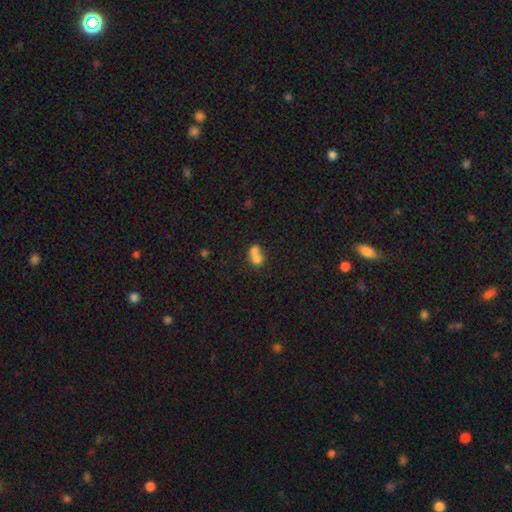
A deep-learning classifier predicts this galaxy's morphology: Smooth or featured?
  - smooth: 70% *
  - featured or disk: 19%
  - star or artifact: 11%
How rounded?
  - round: 57% *
  - in between: 41%
  - cigar-shaped: 1%
Merging?
  - merger: 71% *
  - none: 21%
  - minor disturbance: 6%
  - major disturbance: 3%